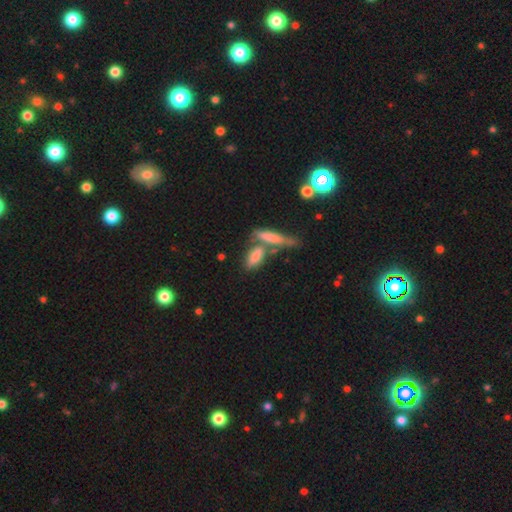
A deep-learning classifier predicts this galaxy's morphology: Smooth or featured: smooth — 70% (featured or disk — 19%)
How rounded: in between — 57% (cigar-shaped — 38%)
Merging: none — 43% (merger — 40%)